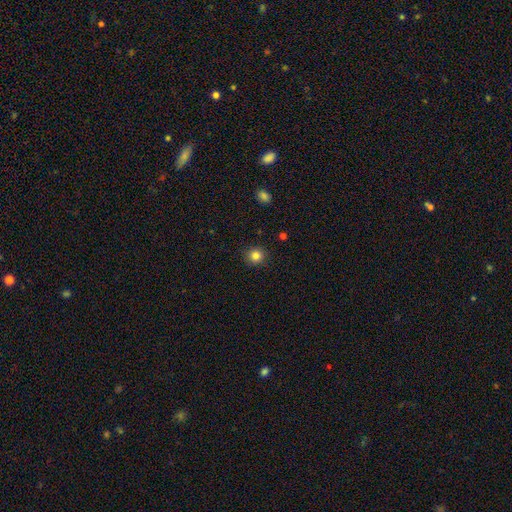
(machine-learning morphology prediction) This is clearly a smooth galaxy (83%). How rounded: clearly round (91%). Merging: clearly none (91%).